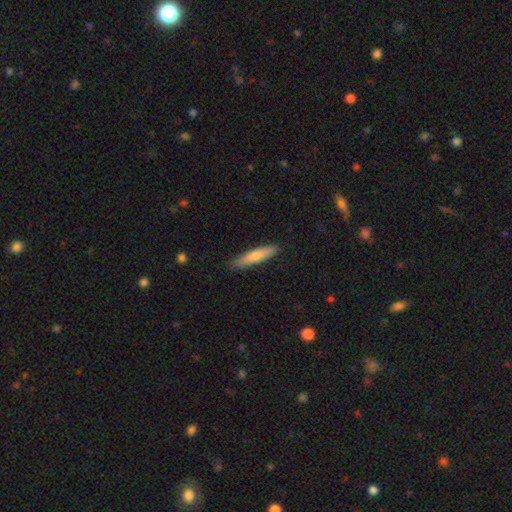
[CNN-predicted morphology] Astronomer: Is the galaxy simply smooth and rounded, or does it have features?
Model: smooth — 75%.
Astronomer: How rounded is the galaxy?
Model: cigar-shaped — 86%.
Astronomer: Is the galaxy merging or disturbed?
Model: none — 87%.